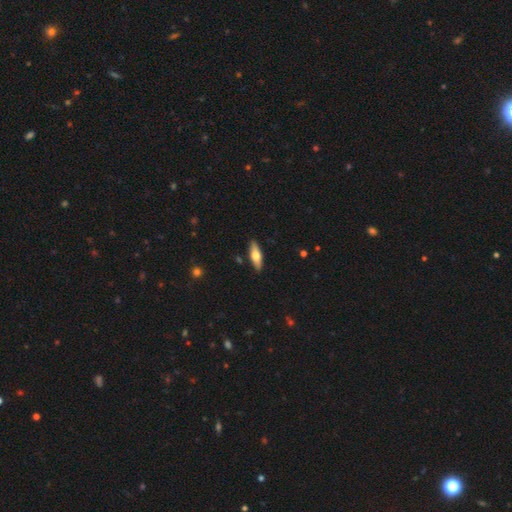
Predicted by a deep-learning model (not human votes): Morphology: type=smooth (56%); roundness=in between (50%); merging=none (89%).